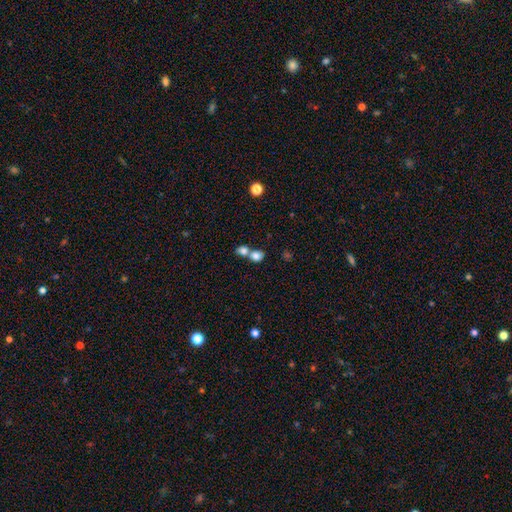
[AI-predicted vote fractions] Overall: smooth (80%). How rounded: round (56%; in between 43%). Merging: merger (63%; none 27%).